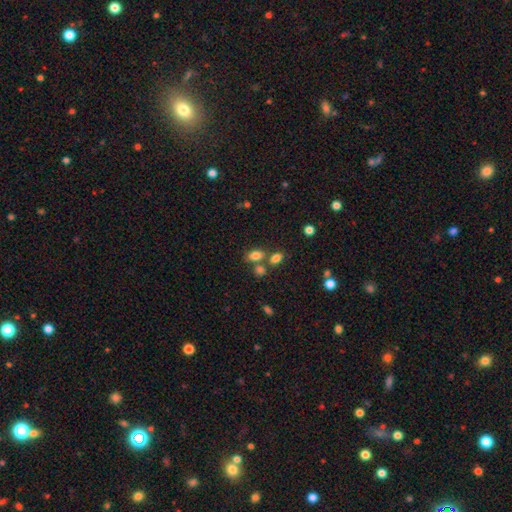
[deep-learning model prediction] A smooth galaxy with no disk features (79%) that is in between round and cigar-shaped (82%).

Vote fractions:
- Smooth or featured? smooth: 79% / star or artifact: 13% / featured or disk: 9%
- How rounded? in between: 82% / round: 16% / cigar-shaped: 3%
- Merging? none: 53% / merger: 30% / minor disturbance: 12% / major disturbance: 5%